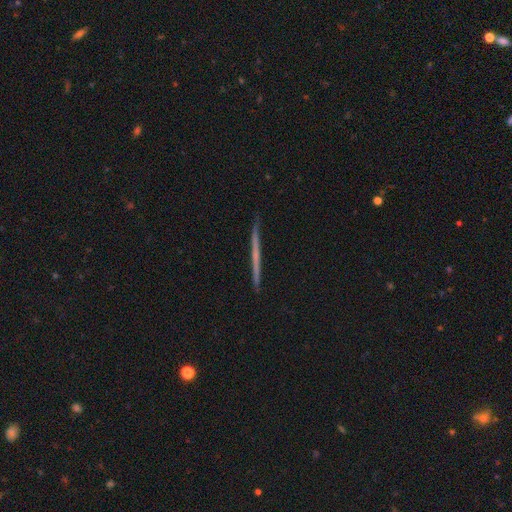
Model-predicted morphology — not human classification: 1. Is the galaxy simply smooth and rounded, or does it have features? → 56% featured or disk, 37% smooth, 6% star or artifact.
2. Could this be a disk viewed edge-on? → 98% yes, 2% no.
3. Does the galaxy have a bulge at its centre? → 90% none, 7% rounded, 3% boxy.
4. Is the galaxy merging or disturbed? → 92% none, 6% minor disturbance, 1% major disturbance, 1% merger.